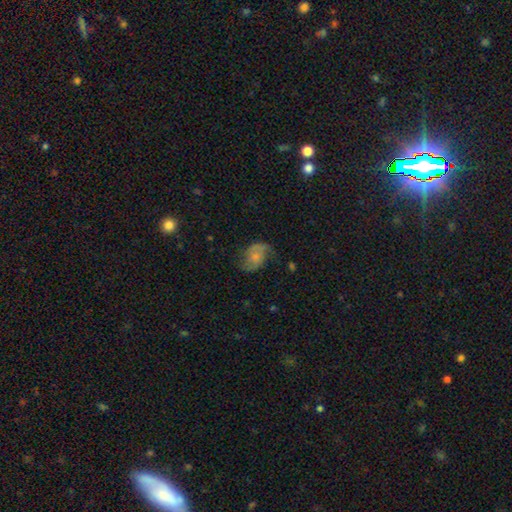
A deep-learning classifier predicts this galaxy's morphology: type=featured or disk (62%); edge-on=no (97%); bar=no (69%); spiral arms=yes (89%); winding=loose (49%); arm count=2 (87%); bulge=small (51%); merging=none (61%).